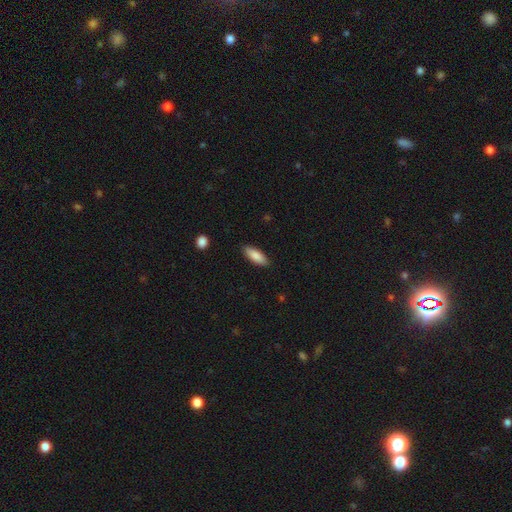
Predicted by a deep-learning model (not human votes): Smooth or featured? smooth (86%)
How rounded? in between (67%)
Merging? none (87%)